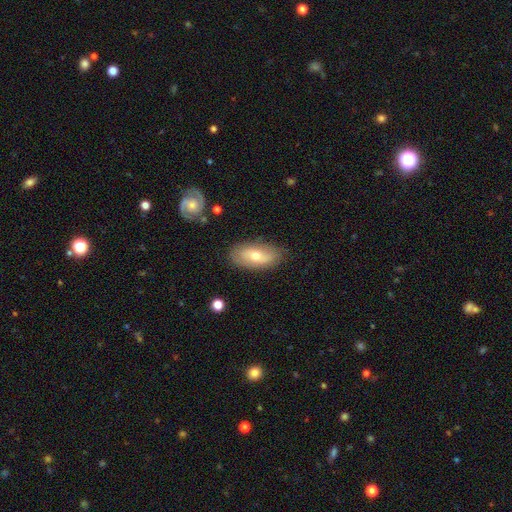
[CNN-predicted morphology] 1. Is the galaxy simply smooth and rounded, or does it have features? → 51% smooth, 42% featured or disk, 7% star or artifact.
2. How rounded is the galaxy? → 89% in between, 6% cigar-shaped, 4% round.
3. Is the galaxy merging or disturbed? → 80% none, 15% minor disturbance, 4% major disturbance, 2% merger.